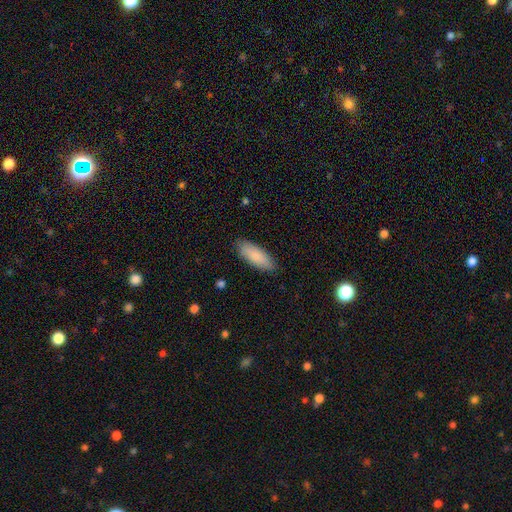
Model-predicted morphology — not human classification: The model was most divided on "how rounded": in between: 70%, cigar-shaped: 28%, round: 2%. More confident: merging — none (87%); smooth or featured — smooth (84%).